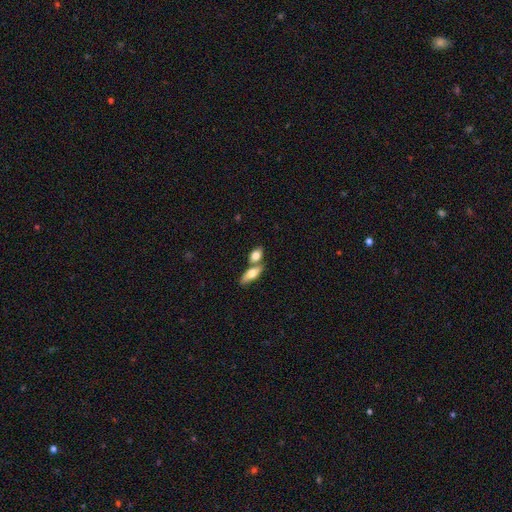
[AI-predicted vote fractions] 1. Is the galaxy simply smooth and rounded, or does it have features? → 75% smooth, 19% featured or disk, 6% star or artifact.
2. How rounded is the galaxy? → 78% in between, 14% cigar-shaped, 9% round.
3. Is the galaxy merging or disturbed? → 46% merger, 42% none, 9% minor disturbance, 3% major disturbance.